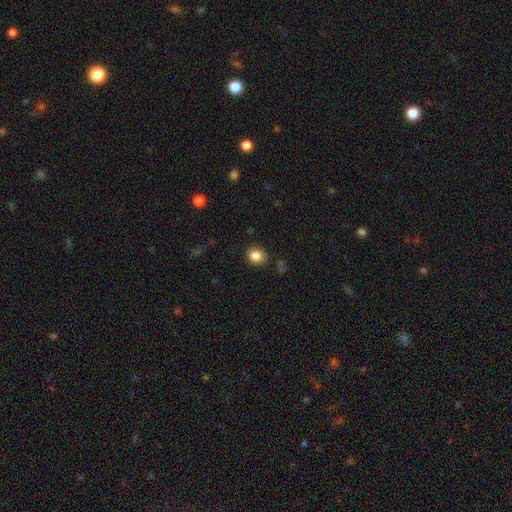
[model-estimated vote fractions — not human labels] This is clearly a smooth galaxy (85%). How rounded: likely round (72%). Merging: clearly none (84%).